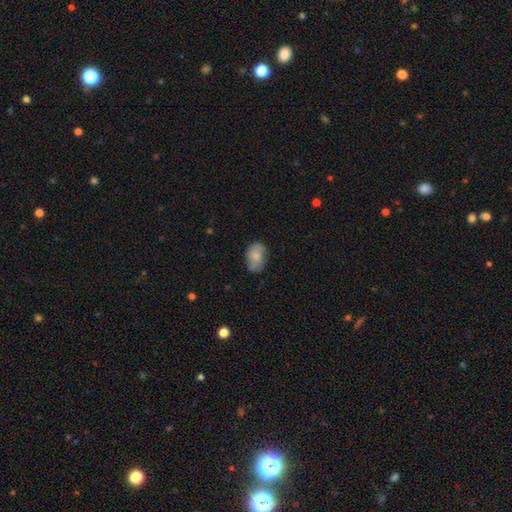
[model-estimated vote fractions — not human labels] This is likely a smooth galaxy (75%). How rounded: clearly in between (81%). Merging: likely none (70%).